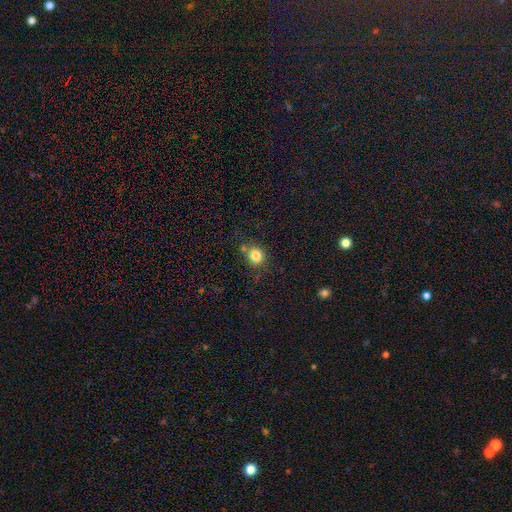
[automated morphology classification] Smooth or featured? smooth (82%)
How rounded? round (78%)
Merging? none (69%)